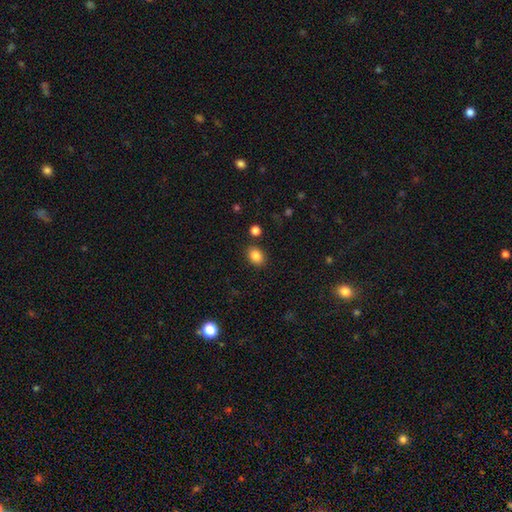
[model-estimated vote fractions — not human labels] The model was most divided on "how rounded": in between: 63%, round: 36%, cigar-shaped: 1%. More confident: smooth or featured — smooth (85%); merging — none (85%).